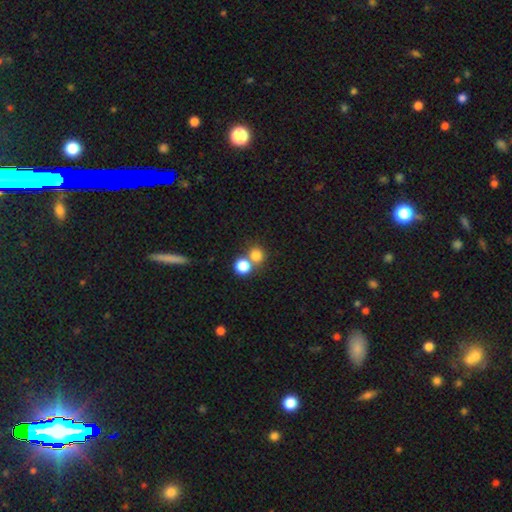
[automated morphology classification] type=smooth (79%); roundness=round (88%); merging=none (56%).